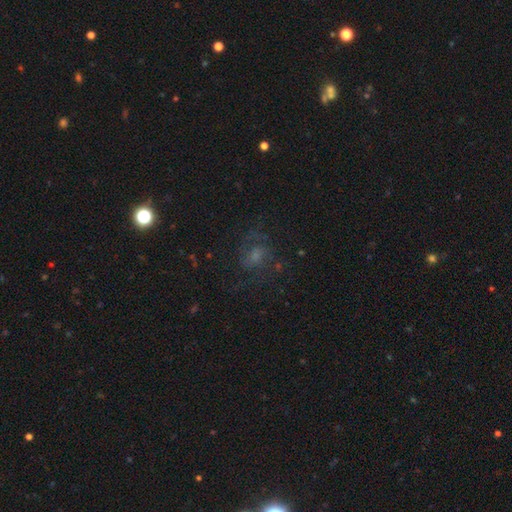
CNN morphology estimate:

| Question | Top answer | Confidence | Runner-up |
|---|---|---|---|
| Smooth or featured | featured or disk | 49% | smooth (30%) |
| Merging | none | 58% | major disturbance (21%) |